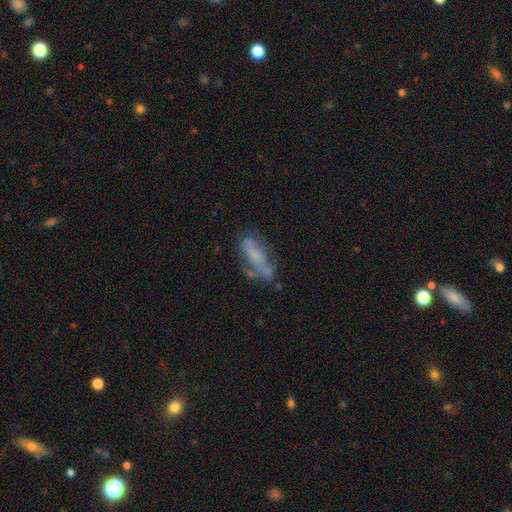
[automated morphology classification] Overall: featured or disk (46%; smooth 43%). Merging: none (46%; minor disturbance 26%).